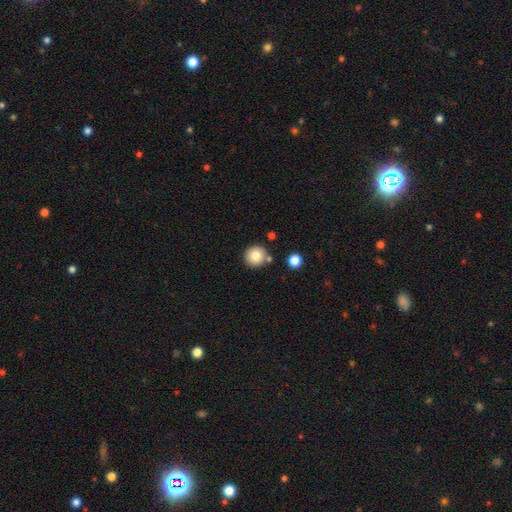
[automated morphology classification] This appears to be a smooth galaxy with no disk features (80%) that is round (92%). Merging: none (80%).